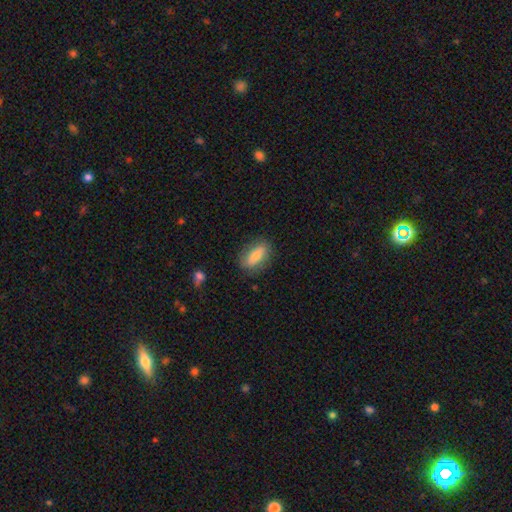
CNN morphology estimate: Overall: smooth (72%). How rounded: in between (79%). Merging: none (81%).